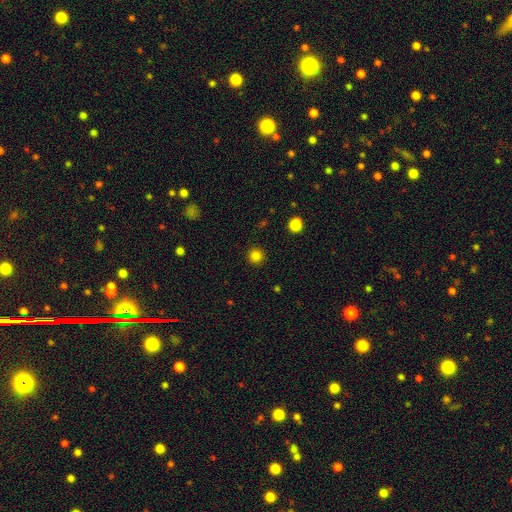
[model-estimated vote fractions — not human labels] Overall: smooth (83%). How rounded: round (95%). Merging: none (92%).